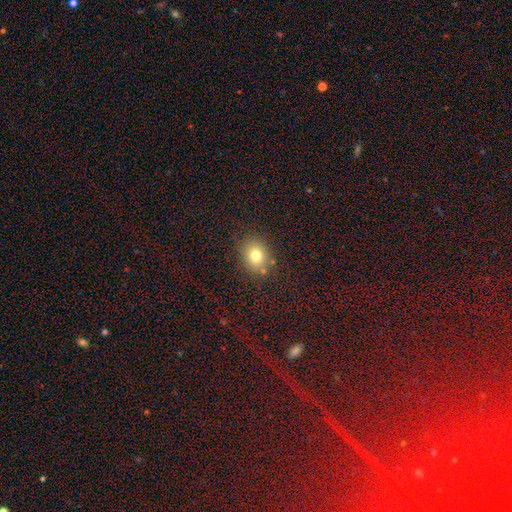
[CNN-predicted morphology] type=smooth (77%); roundness=round (64%); merging=none (81%).